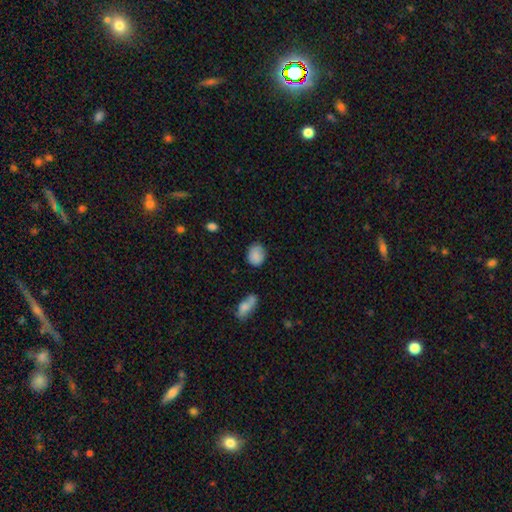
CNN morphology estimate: A smooth galaxy with no disk features (83%) that is in between round and cigar-shaped (50%). Merging: none (73%).